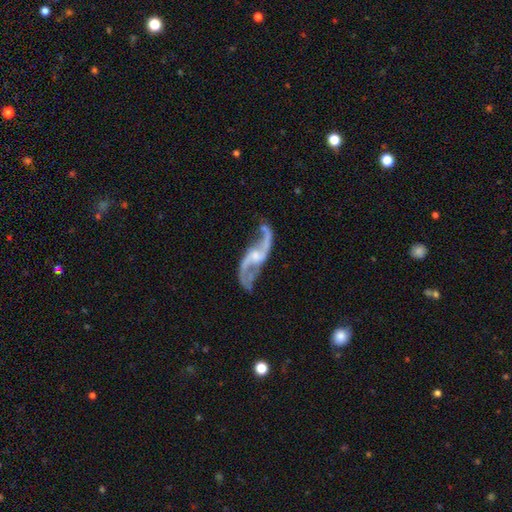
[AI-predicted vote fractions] Smooth or featured: featured or disk — 91% (star or artifact — 5%)
Edge-on disk: no — 94% (yes — 6%)
Bar: weak — 43% (no — 41%)
Spiral arms: yes — 96% (no — 4%)
Spiral winding: loose — 84% (medium — 13%)
Spiral arm count: 2 — 93% (can't tell — 2%)
Bulge size: small — 52% (moderate — 31%)
Merging: none — 66% (minor disturbance — 17%)